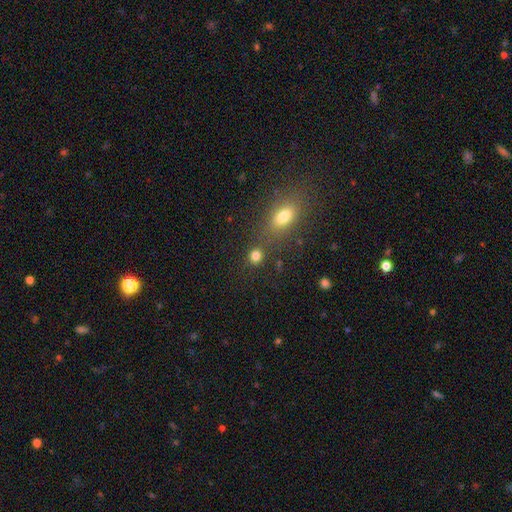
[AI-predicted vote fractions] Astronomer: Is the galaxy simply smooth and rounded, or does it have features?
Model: smooth — 81%.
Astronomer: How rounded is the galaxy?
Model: round — 81%.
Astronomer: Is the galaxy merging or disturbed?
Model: none — 73%.